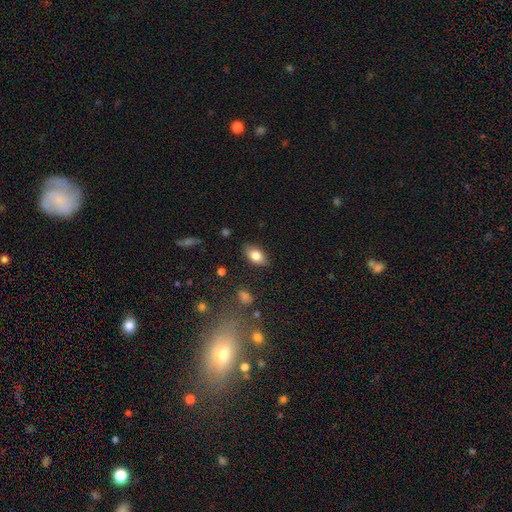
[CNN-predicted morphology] smooth_or_featured: smooth (p=0.81) [alt: featured or disk p=0.11]
how_rounded: in between (p=0.90) [alt: round p=0.06]
merging: none (p=0.84) [alt: minor disturbance p=0.12]